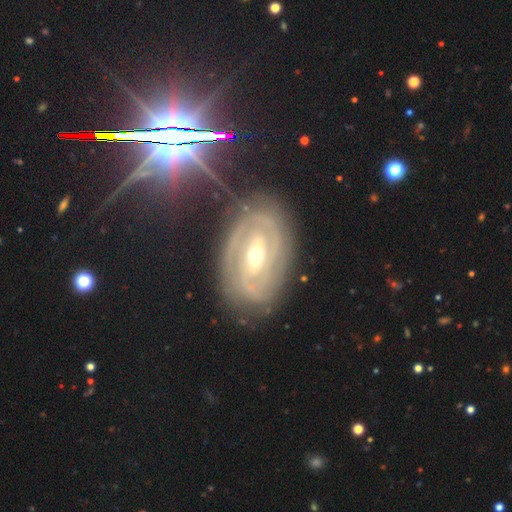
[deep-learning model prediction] smooth_or_featured: featured or disk (p=0.83) [alt: star or artifact p=0.10]
disk_edge_on: no (p=0.94) [alt: yes p=0.06]
bar: strong (p=0.45) [alt: weak p=0.39]
has_spiral_arms: yes (p=0.92) [alt: no p=0.08]
spiral_winding: tight (p=0.70) [alt: medium p=0.24]
spiral_arm_count: 2 (p=0.46) [alt: can't tell p=0.30]
bulge_size: moderate (p=0.56) [alt: small p=0.40]
merging: none (p=0.79) [alt: minor disturbance p=0.14]